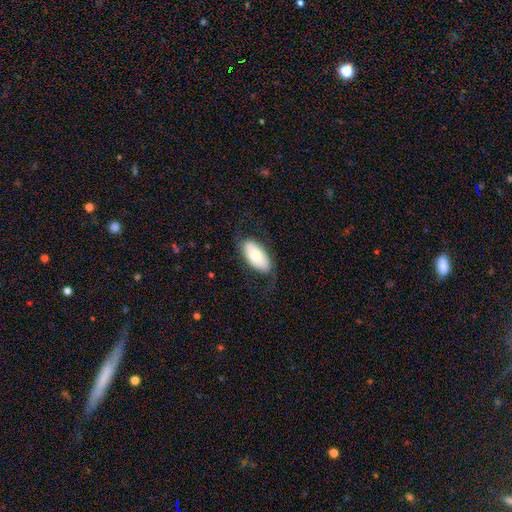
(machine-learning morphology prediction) Smooth or featured: smooth — 71% (featured or disk — 24%)
How rounded: in between — 93% (cigar-shaped — 5%)
Merging: none — 71% (minor disturbance — 20%)